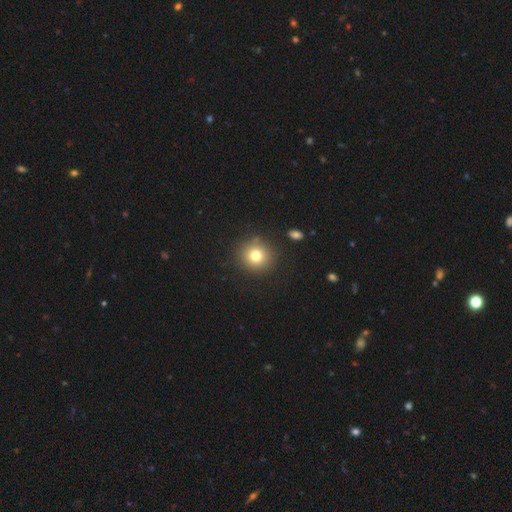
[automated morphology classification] The model was most divided on "smooth or featured": smooth: 77%, star or artifact: 13%, featured or disk: 10%. More confident: how rounded — round (91%); merging — none (87%).